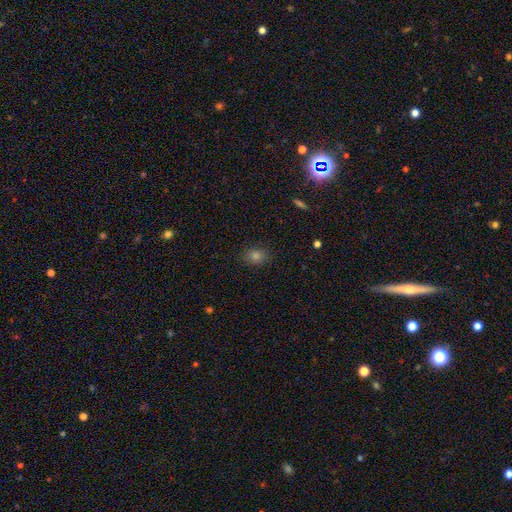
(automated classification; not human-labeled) Smooth or featured? Predicted: smooth (p=0.73). How rounded? Predicted: round (p=0.51). Merging? Predicted: none (p=0.87).